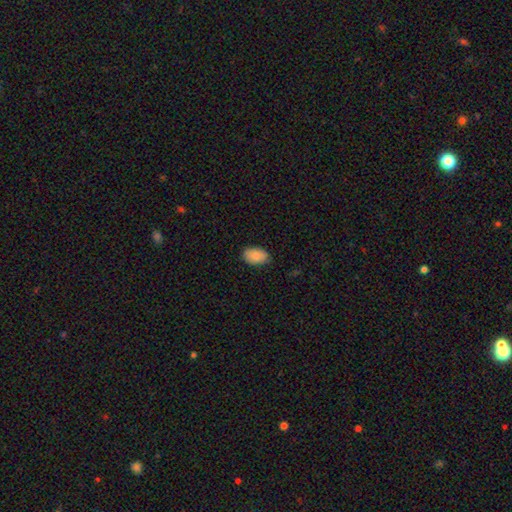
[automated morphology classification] Overall: smooth (86%). How rounded: in between (91%). Merging: none (83%).